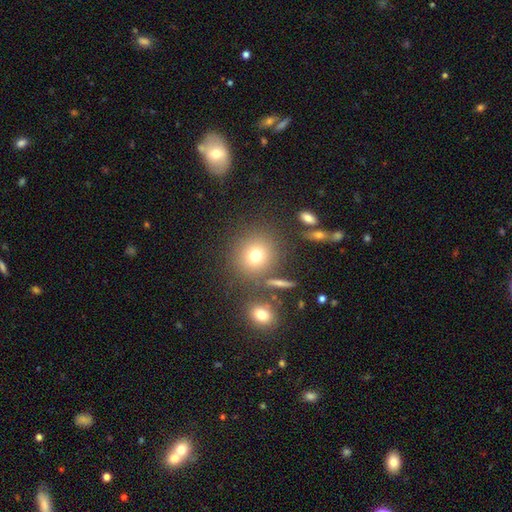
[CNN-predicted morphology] Smooth or featured: smooth — 74% (star or artifact — 15%)
How rounded: round — 88% (in between — 11%)
Merging: none — 78% (minor disturbance — 9%)